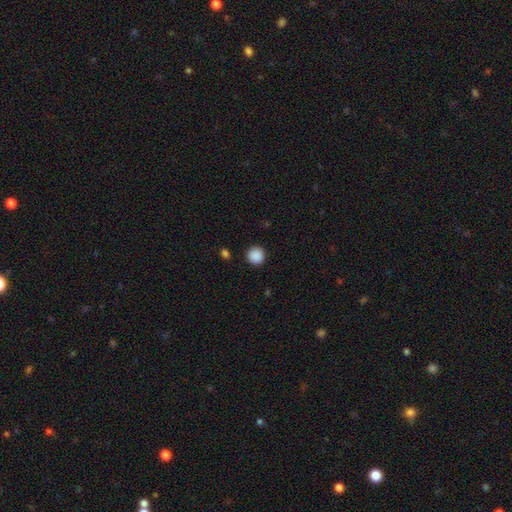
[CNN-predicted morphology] A smooth galaxy with no disk features (89%) that is round (95%).

Vote fractions:
- Smooth or featured? smooth: 89% / star or artifact: 9% / featured or disk: 2%
- How rounded? round: 95% / in between: 4% / cigar-shaped: 1%
- Merging? none: 92% / minor disturbance: 5% / major disturbance: 2% / merger: 1%